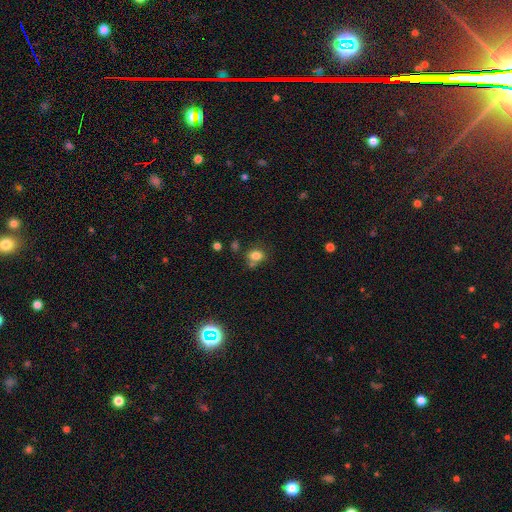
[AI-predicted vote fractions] A smooth galaxy with no disk features (80%) that is in between round and cigar-shaped (52%). Merging: none (60%).